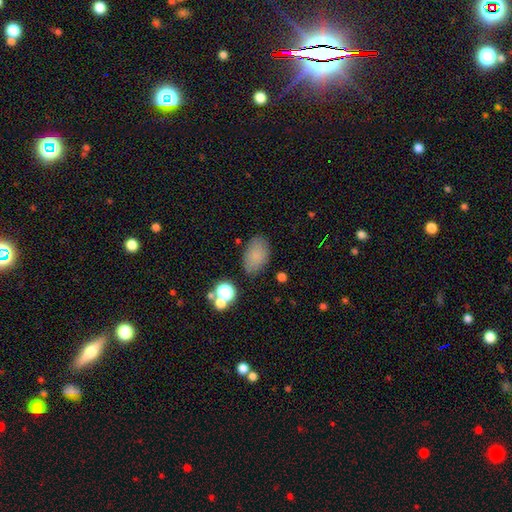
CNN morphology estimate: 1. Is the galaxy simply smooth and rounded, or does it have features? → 80% smooth, 11% star or artifact, 9% featured or disk.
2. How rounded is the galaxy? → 89% in between, 10% round, 1% cigar-shaped.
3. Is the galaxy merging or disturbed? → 79% none, 13% minor disturbance, 4% major disturbance, 3% merger.